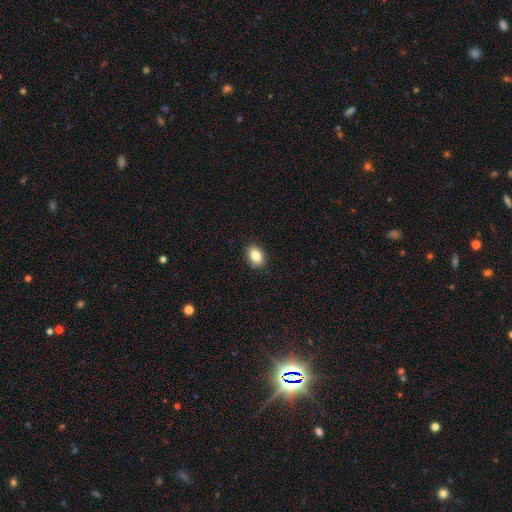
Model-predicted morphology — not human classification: Smooth or featured? smooth (85%)
How rounded? in between (81%)
Merging? none (89%)